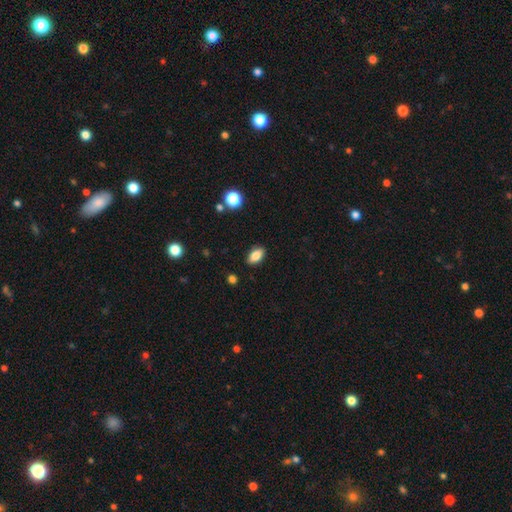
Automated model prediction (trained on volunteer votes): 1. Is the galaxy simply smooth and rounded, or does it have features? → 84% smooth, 8% star or artifact, 8% featured or disk.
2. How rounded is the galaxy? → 90% in between, 6% round, 4% cigar-shaped.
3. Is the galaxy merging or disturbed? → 88% none, 9% minor disturbance, 2% major disturbance, 1% merger.